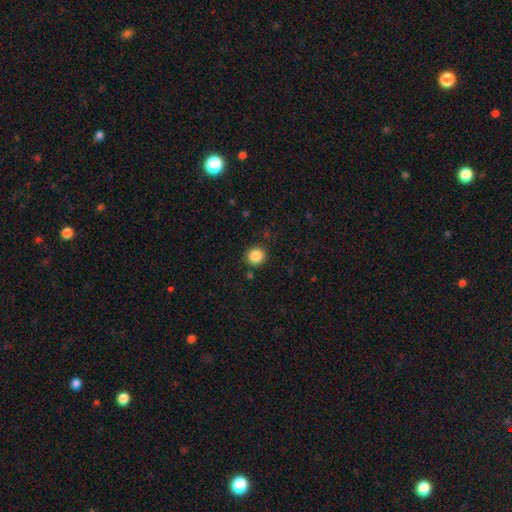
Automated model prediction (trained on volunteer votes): A smooth galaxy with no disk features (87%) that is round (88%).

Vote fractions:
- Smooth or featured? smooth: 87% / star or artifact: 10% / featured or disk: 3%
- How rounded? round: 88% / in between: 11% / cigar-shaped: 1%
- Merging? none: 88% / minor disturbance: 8% / major disturbance: 3% / merger: 2%